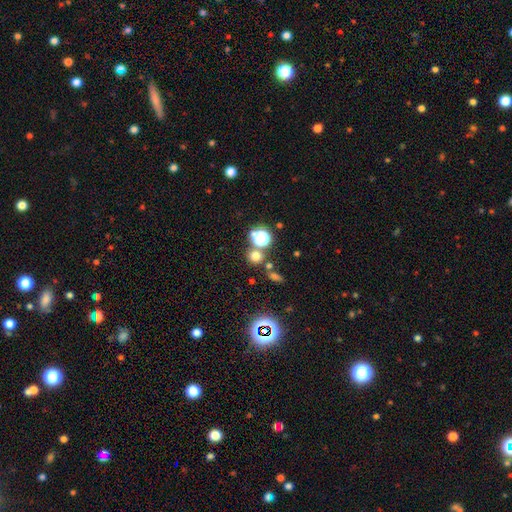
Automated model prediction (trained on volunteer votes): A smooth galaxy with no disk features (63%) that is round (83%).

Vote fractions:
- Smooth or featured? smooth: 63% / star or artifact: 30% / featured or disk: 7%
- How rounded? round: 83% / in between: 15% / cigar-shaped: 2%
- Merging? none: 71% / merger: 18% / minor disturbance: 8% / major disturbance: 4%